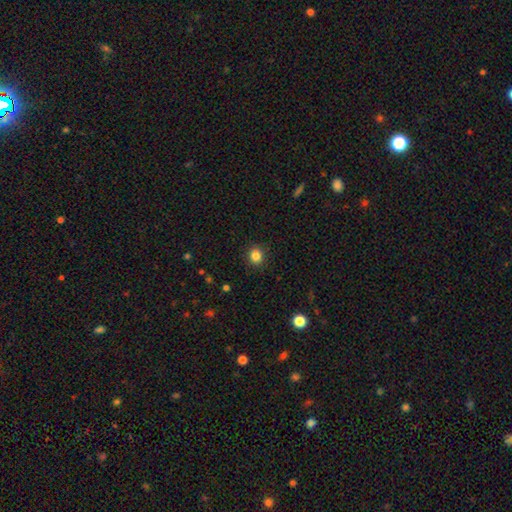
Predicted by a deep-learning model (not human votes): Q: Smooth or featured?
A: smooth (85%); runner-up: star or artifact (11%)
Q: How rounded?
A: round (70%); runner-up: in between (29%)
Q: Merging?
A: none (89%); runner-up: minor disturbance (8%)